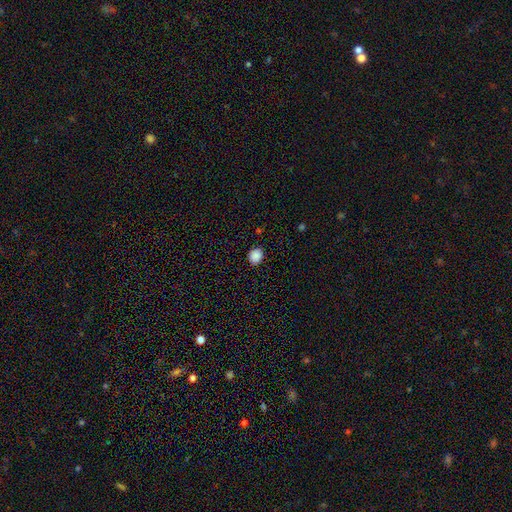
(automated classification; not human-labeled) Smooth or featured? smooth (87%)
How rounded? round (63%)
Merging? none (88%)